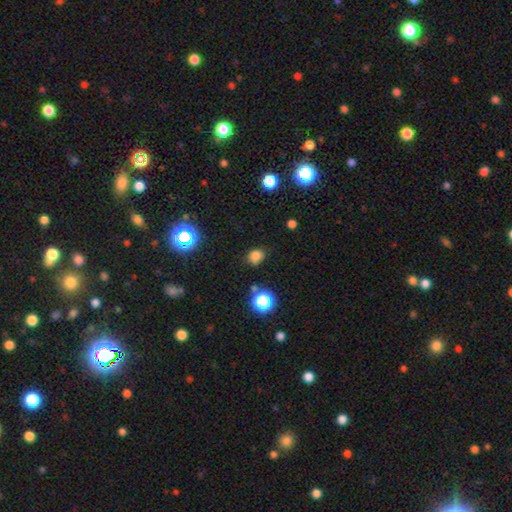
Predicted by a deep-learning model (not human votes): smooth_or_featured: smooth (p=0.77) [alt: star or artifact p=0.18]
how_rounded: round (p=0.59) [alt: in between p=0.40]
merging: none (p=0.76) [alt: minor disturbance p=0.17]